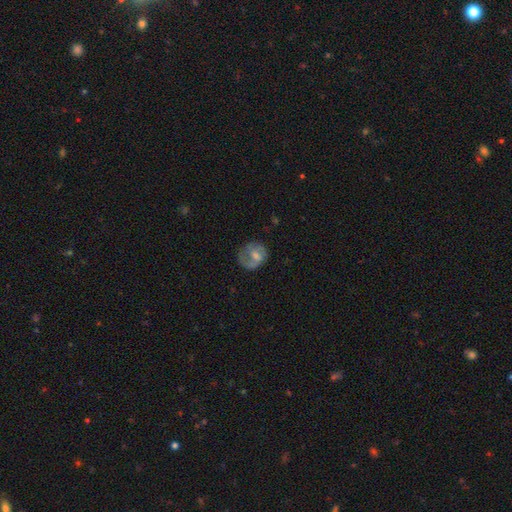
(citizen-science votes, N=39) Q: Smooth or featured?
A: featured or disk (72%); runner-up: smooth (23%)
Q: Edge-on disk?
A: no (100%)
Q: Bar?
A: weak (54%); runner-up: strong (25%)
Q: Spiral arms?
A: yes (75%); runner-up: no (25%)
Q: Spiral winding?
A: medium (38%); runner-up: tight (33%)
Q: Spiral arm count?
A: 2 (48%); runner-up: 1 (19%)
Q: Bulge size?
A: moderate (54%); runner-up: small (25%)
Q: Merging?
A: none (62%); runner-up: minor disturbance (22%)